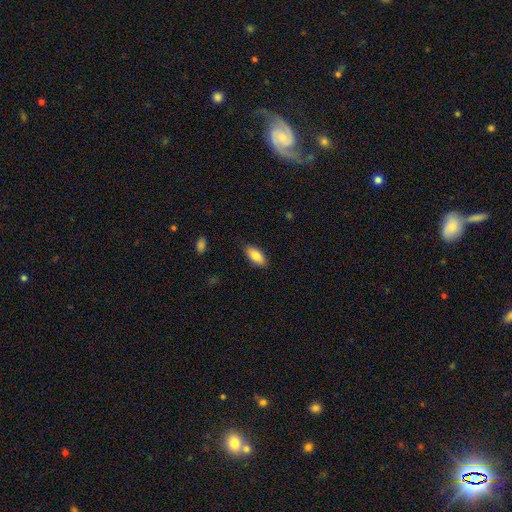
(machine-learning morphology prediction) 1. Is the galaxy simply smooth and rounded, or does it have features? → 84% smooth, 9% featured or disk, 7% star or artifact.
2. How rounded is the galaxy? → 88% in between, 10% cigar-shaped, 2% round.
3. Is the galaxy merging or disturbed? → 83% none, 14% minor disturbance, 3% major disturbance, 1% merger.